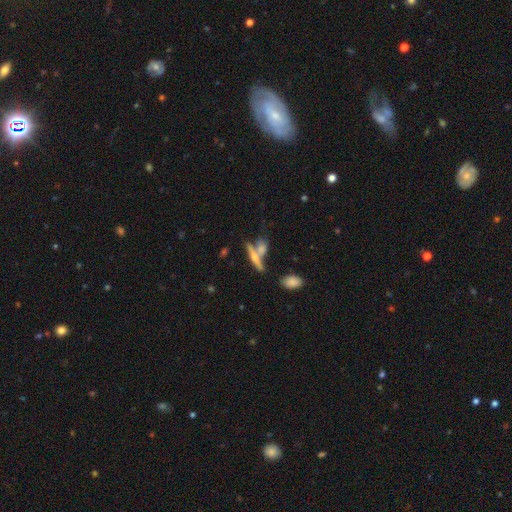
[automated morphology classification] Smooth or featured? Predicted: featured or disk (p=0.56). Edge-on disk? Predicted: yes (p=0.90). Edge-on bulge? Predicted: rounded (p=0.85). Merging? Predicted: none (p=0.54).